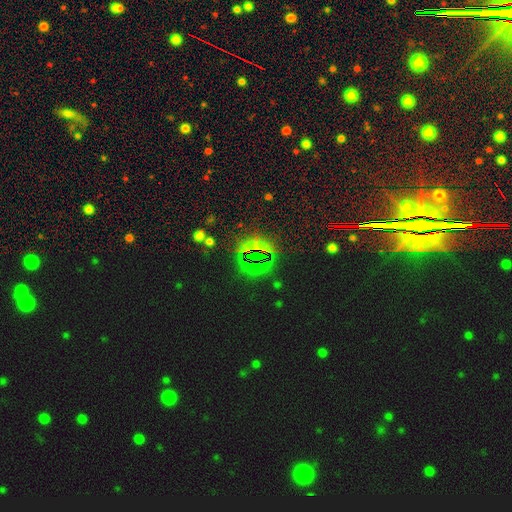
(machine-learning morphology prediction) This is likely a star or artifact rather than a galaxy (78%).